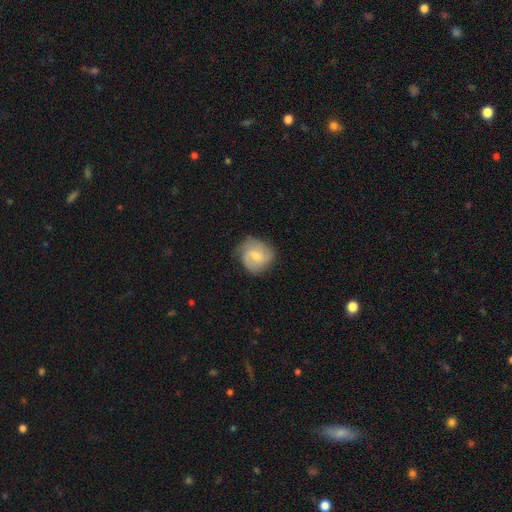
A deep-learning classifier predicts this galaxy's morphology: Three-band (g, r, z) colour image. It shows a featured or disk galaxy (55%) with a weak bar (47%), spiral arms (88%) and a moderate central bulge (48%). Merging: none (69%).